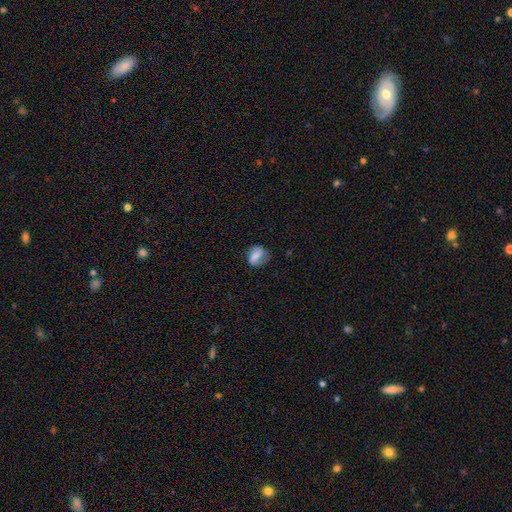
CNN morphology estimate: A smooth galaxy with no disk features (58%) that is in between round and cigar-shaped (53%). Merging: none (63%).